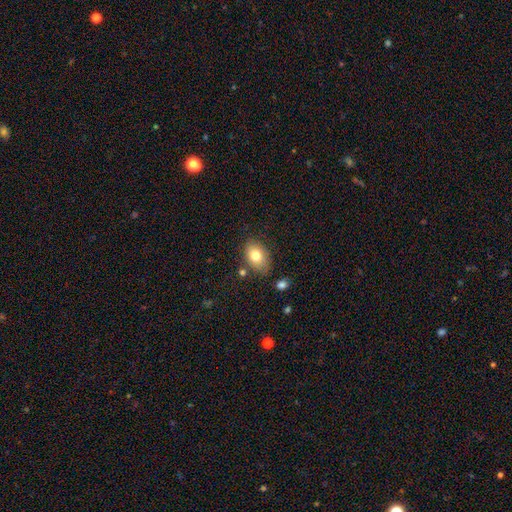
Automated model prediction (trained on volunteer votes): This is likely a smooth galaxy (79%). How rounded: clearly in between (82%). Merging: likely none (76%).